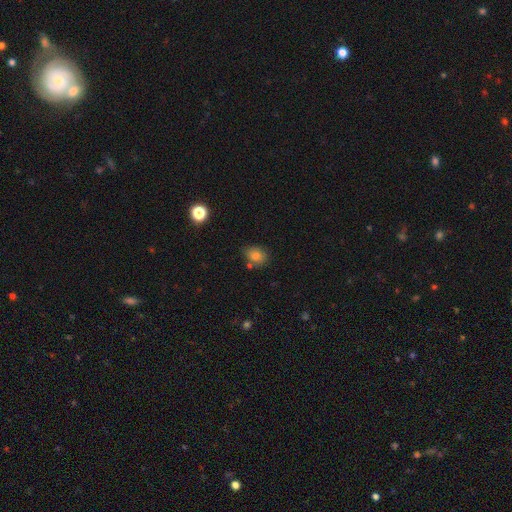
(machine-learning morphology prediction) This is likely a smooth galaxy (78%). How rounded: possibly in between (55%). Merging: likely none (72%).